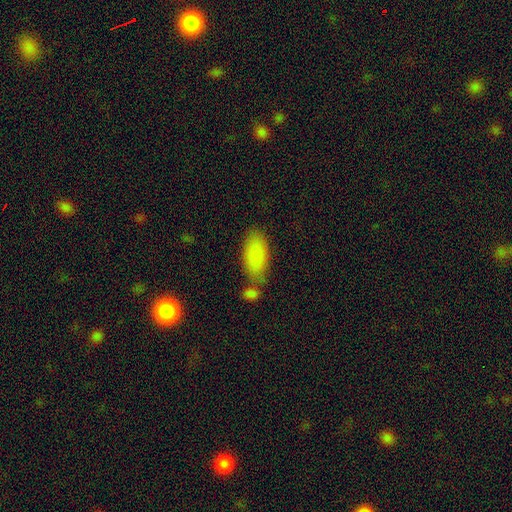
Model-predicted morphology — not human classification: This is clearly a smooth galaxy (87%). How rounded: clearly in between (87%). Merging: likely none (62%).